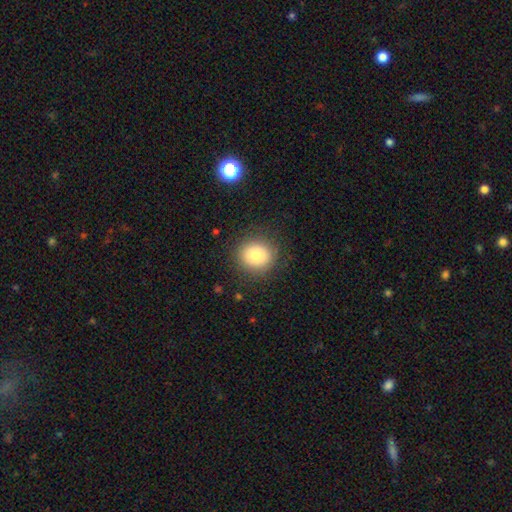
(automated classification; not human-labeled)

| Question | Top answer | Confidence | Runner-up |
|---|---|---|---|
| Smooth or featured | smooth | 82% | star or artifact (10%) |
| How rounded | round | 85% | in between (14%) |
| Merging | none | 86% | minor disturbance (9%) |